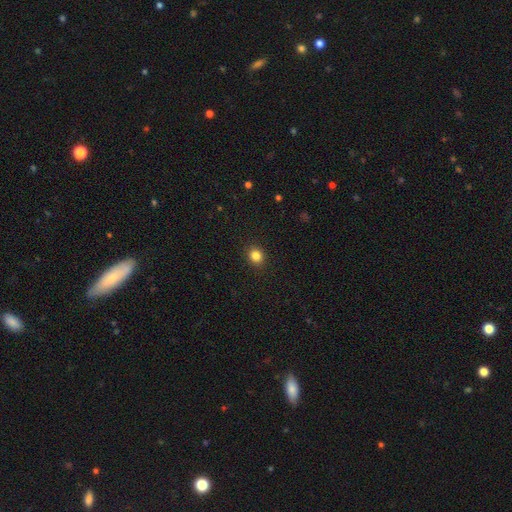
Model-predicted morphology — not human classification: smooth 84%, star or artifact 12%, featured or disk 5%. Down the decision tree: how rounded — round (75%); merging — none (91%).